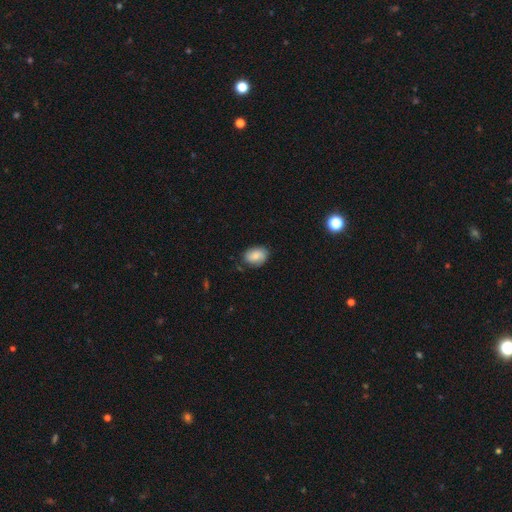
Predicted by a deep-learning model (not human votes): smooth_or_featured: smooth (p=0.72) [alt: featured or disk p=0.20]
how_rounded: in between (p=0.75) [alt: round p=0.24]
merging: none (p=0.75) [alt: minor disturbance p=0.20]